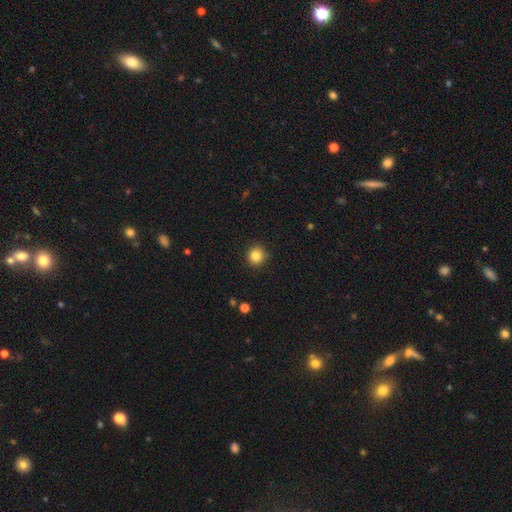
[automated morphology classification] smooth-or-featured: smooth: 85% | star or artifact: 11% | featured or disk: 5%
  how-rounded: round: 93% | in between: 6% | cigar-shaped: 1%
  merging: none: 91% | minor disturbance: 6% | major disturbance: 2% | merger: 1%